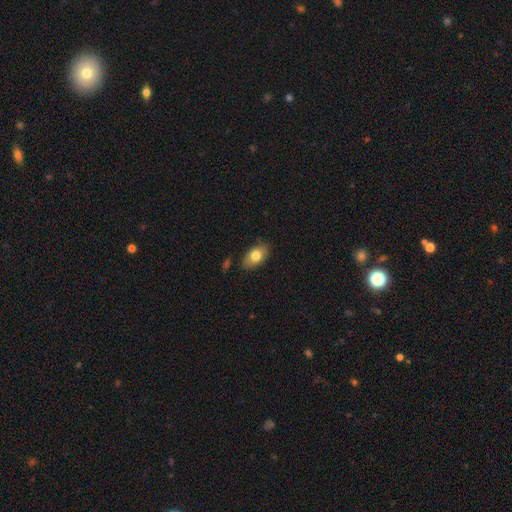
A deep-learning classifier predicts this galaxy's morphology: Smooth or featured: smooth — 77% (featured or disk — 16%)
How rounded: in between — 90% (round — 8%)
Merging: none — 82% (minor disturbance — 13%)